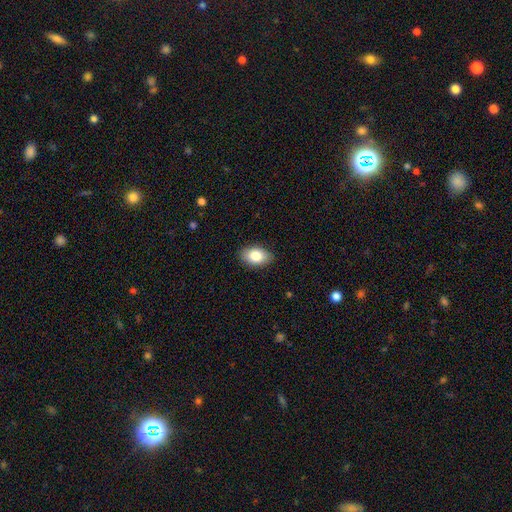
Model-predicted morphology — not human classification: Overall: smooth (83%). How rounded: in between (90%). Merging: none (88%).